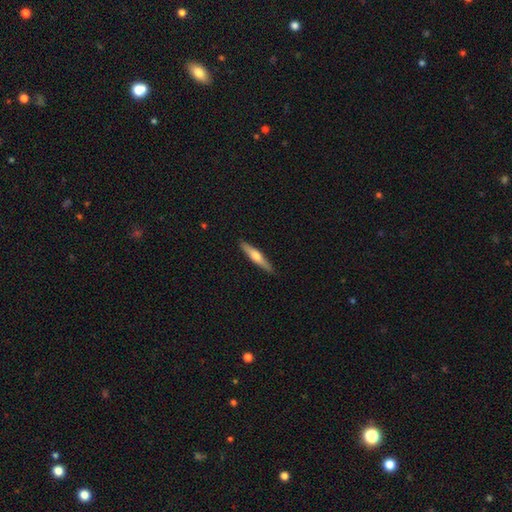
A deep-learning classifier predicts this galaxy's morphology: Overall: smooth (48%; featured or disk 47%). Merging: none (89%).